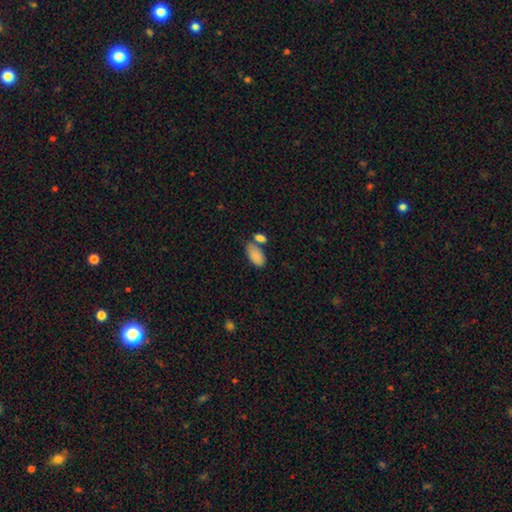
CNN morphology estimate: This is clearly a smooth galaxy (86%). How rounded: clearly in between (94%). Merging: possibly none (49%).